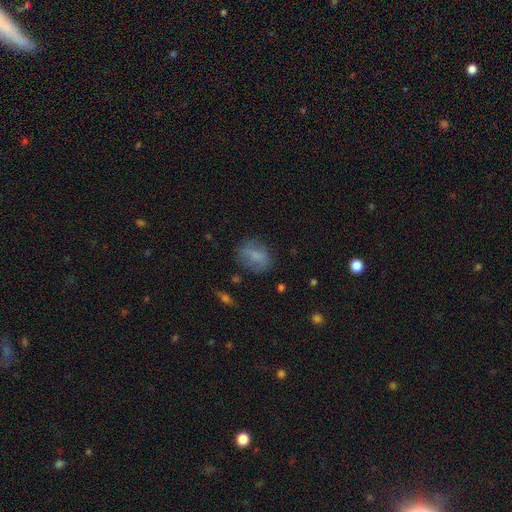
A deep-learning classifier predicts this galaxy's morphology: This appears to be a smooth galaxy with no disk features (72%) that is in between round and cigar-shaped (64%). Merging: none (76%).